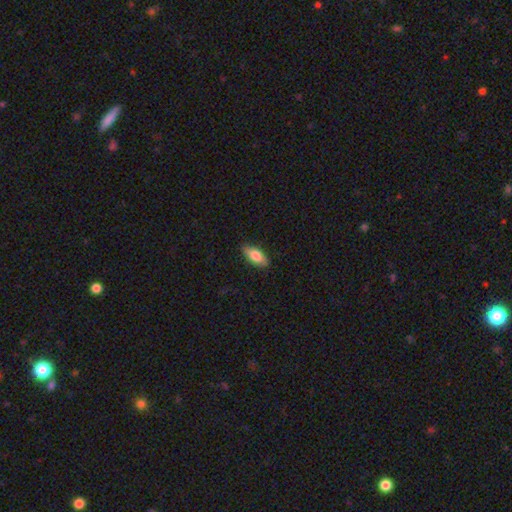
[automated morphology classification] A smooth galaxy with no disk features (79%) that is in between round and cigar-shaped (85%). Merging: none (85%).